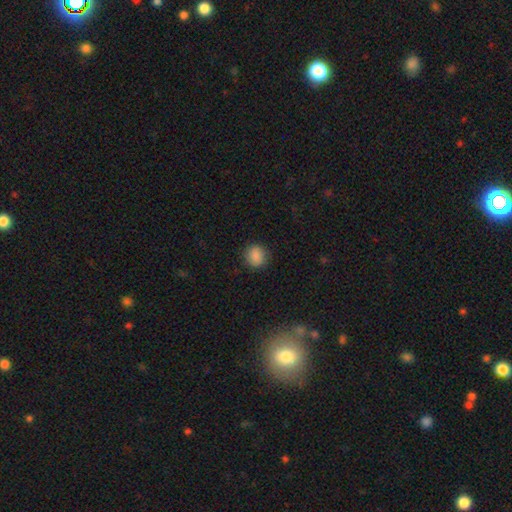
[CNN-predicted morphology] The model was most divided on "how rounded": round: 80%, in between: 19%, cigar-shaped: 1%. More confident: merging — none (87%); smooth or featured — smooth (86%).